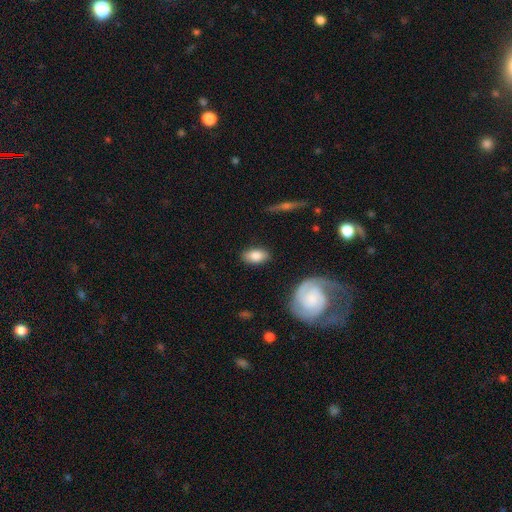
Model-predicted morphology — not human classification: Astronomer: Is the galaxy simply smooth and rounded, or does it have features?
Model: smooth — 81%.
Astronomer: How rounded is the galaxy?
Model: in between — 91%.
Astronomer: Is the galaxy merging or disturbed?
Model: none — 84%.